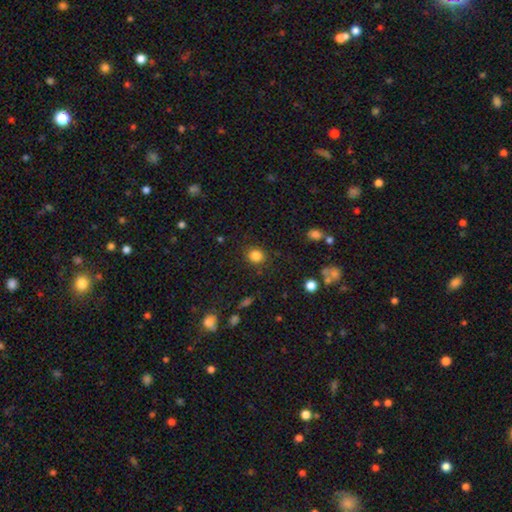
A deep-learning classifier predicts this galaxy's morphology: A smooth galaxy with no disk features (83%) that is round (75%).

Vote fractions:
- Smooth or featured? smooth: 83% / star or artifact: 12% / featured or disk: 5%
- How rounded? round: 75% / in between: 24% / cigar-shaped: 1%
- Merging? none: 86% / minor disturbance: 9% / major disturbance: 3% / merger: 2%